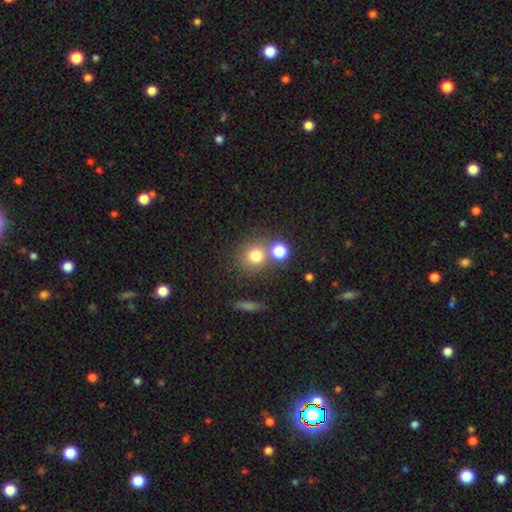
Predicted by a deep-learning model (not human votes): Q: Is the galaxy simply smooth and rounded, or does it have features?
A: smooth — 74%.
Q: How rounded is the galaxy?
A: round — 85%.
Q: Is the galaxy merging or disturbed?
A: none — 63%.